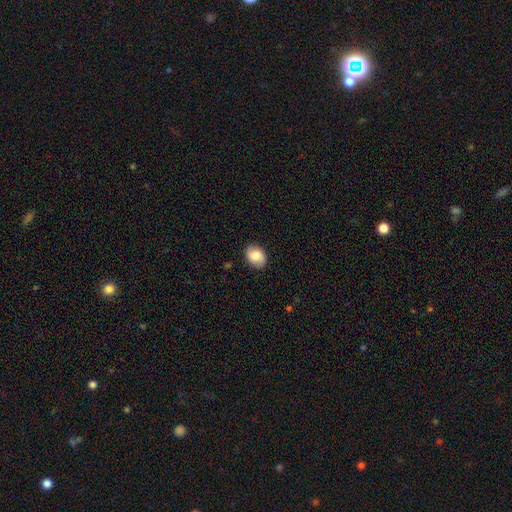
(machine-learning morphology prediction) The model was most divided on "how rounded": in between: 65%, round: 34%, cigar-shaped: 1%. More confident: merging — none (84%); smooth or featured — smooth (69%).